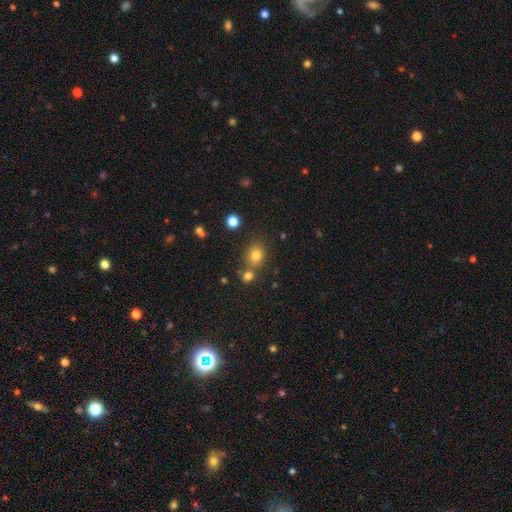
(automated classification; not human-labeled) smooth 78%, star or artifact 15%, featured or disk 8%. Down the decision tree: how rounded — round (68%); merging — none (67%).